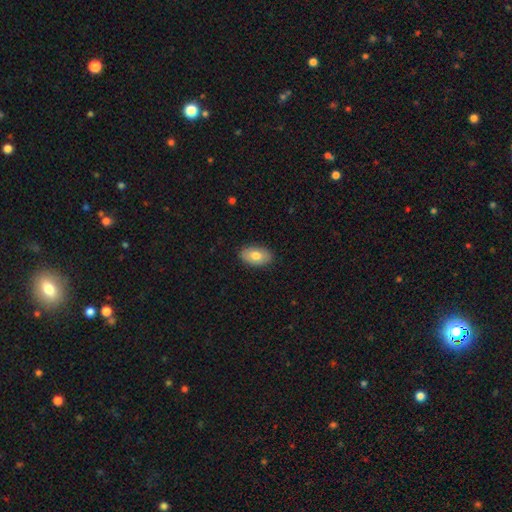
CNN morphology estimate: smooth_or_featured: smooth (p=0.74) [alt: featured or disk p=0.20]
how_rounded: in between (p=0.92) [alt: round p=0.07]
merging: none (p=0.87) [alt: minor disturbance p=0.10]